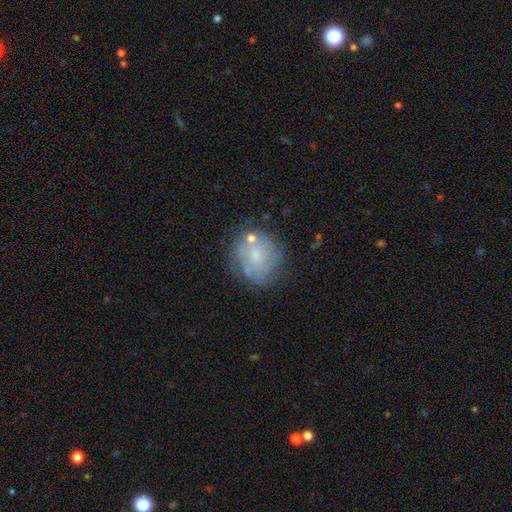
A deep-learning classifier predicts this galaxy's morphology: Smooth or featured? smooth (48%)
Merging? none (62%)